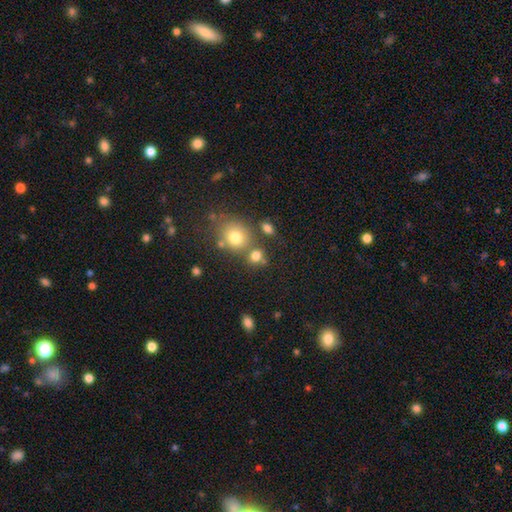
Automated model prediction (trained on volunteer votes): Q: Smooth or featured?
A: smooth (77%); runner-up: star or artifact (14%)
Q: How rounded?
A: round (75%); runner-up: in between (24%)
Q: Merging?
A: none (59%); runner-up: merger (25%)